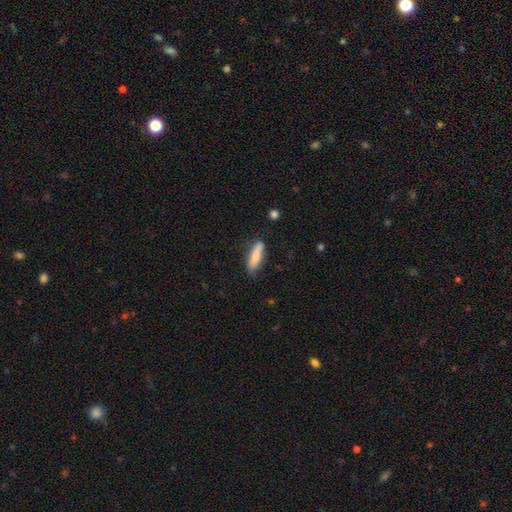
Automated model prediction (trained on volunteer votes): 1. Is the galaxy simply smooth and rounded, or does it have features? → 78% smooth, 16% featured or disk, 6% star or artifact.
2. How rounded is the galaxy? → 69% cigar-shaped, 29% in between, 2% round.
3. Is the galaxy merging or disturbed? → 79% none, 16% minor disturbance, 3% major disturbance, 2% merger.